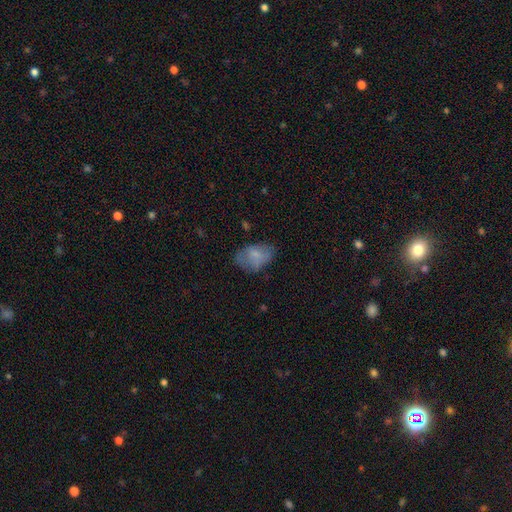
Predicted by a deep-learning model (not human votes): Smooth or featured: smooth — 72% (featured or disk — 20%)
How rounded: in between — 86% (round — 13%)
Merging: none — 54% (minor disturbance — 30%)